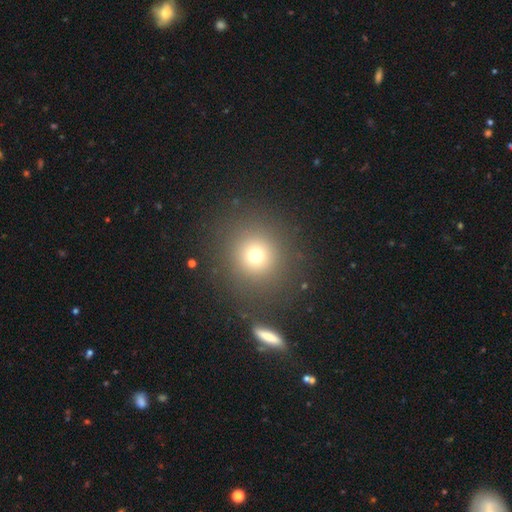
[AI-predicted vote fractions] Overall: smooth (71%). How rounded: round (92%). Merging: none (84%).